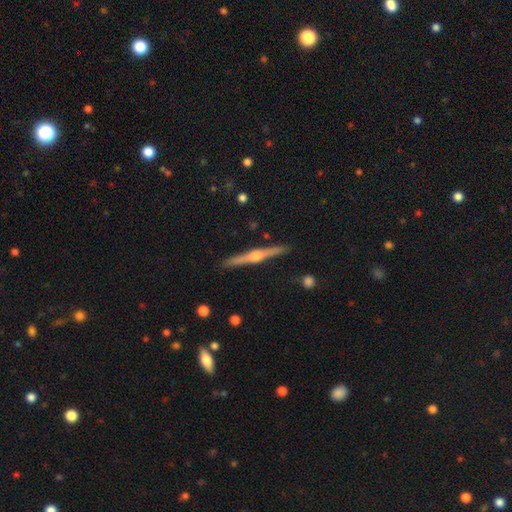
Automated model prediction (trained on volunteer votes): Smooth or featured: featured or disk — 79% (smooth — 16%)
Edge-on disk: yes — 98% (no — 2%)
Edge-on bulge: rounded — 88% (boxy — 7%)
Merging: none — 91% (minor disturbance — 7%)